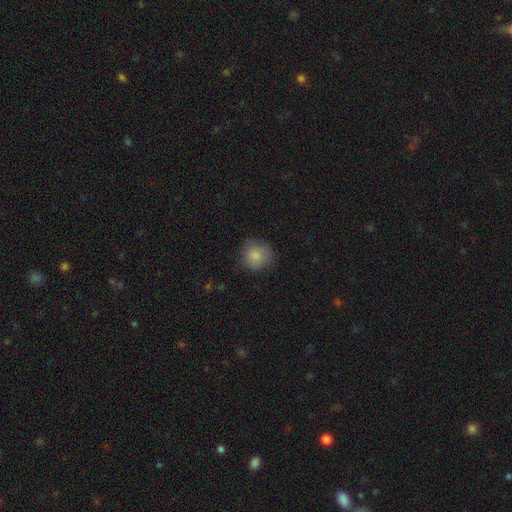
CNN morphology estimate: Smooth or featured: smooth — 85% (star or artifact — 8%)
How rounded: round — 88% (in between — 11%)
Merging: none — 76% (minor disturbance — 18%)